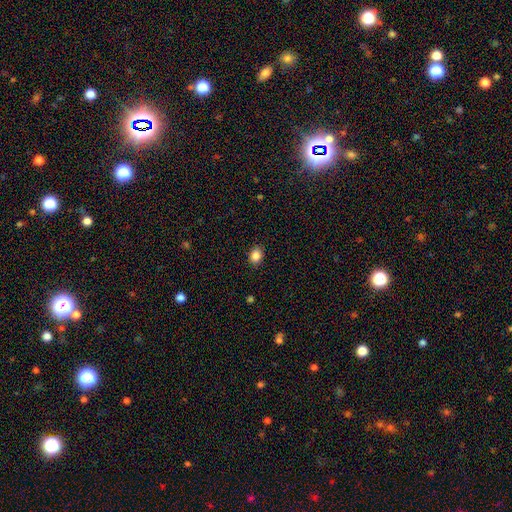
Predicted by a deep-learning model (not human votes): Smooth or featured? Predicted: smooth (p=0.87). How rounded? Predicted: in between (p=0.58). Merging? Predicted: none (p=0.88).